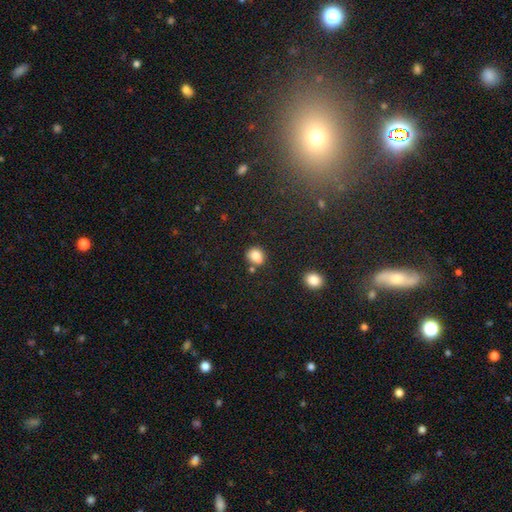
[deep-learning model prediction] smooth_or_featured: smooth (p=0.82) [alt: star or artifact p=0.10]
how_rounded: round (p=0.65) [alt: in between p=0.34]
merging: none (p=0.67) [alt: minor disturbance p=0.15]